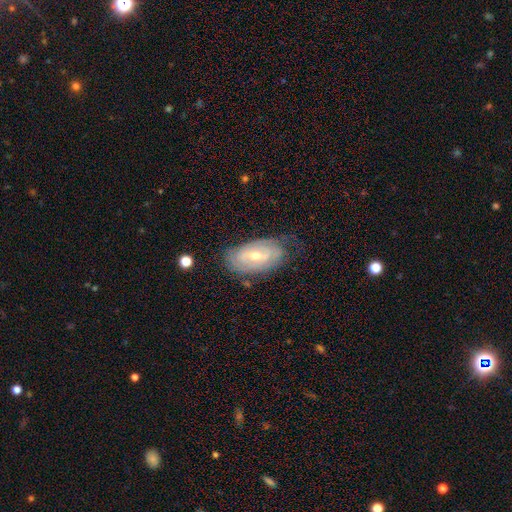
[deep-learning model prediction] featured or disk 72%, smooth 21%, star or artifact 7%. Down the decision tree: edge-on disk — no (93%); bar — no (44%); spiral arms — yes (80%); spiral arm count — can't tell (47%); spiral winding — tight (65%); bulge size — moderate (54%); merging — none (67%).